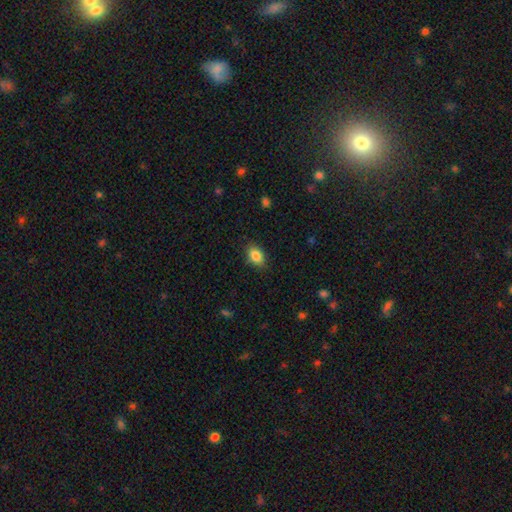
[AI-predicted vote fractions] smooth 87%, star or artifact 8%, featured or disk 5%. Down the decision tree: how rounded — in between (83%); merging — none (84%).